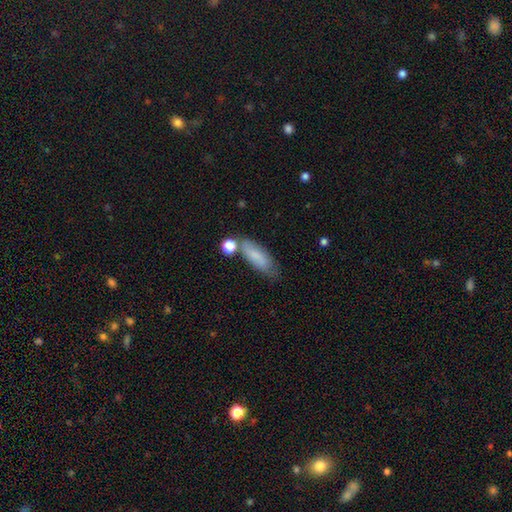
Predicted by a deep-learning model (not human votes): Smooth or featured: smooth — 76% (featured or disk — 16%)
How rounded: in between — 67% (cigar-shaped — 30%)
Merging: none — 59% (minor disturbance — 22%)